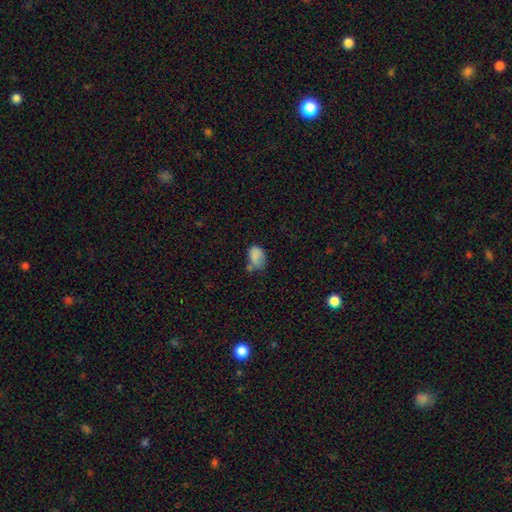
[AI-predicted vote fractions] smooth_or_featured: smooth (p=0.80) [alt: featured or disk p=0.10]
how_rounded: in between (p=0.80) [alt: round p=0.18]
merging: none (p=0.39) [alt: minor disturbance p=0.32]